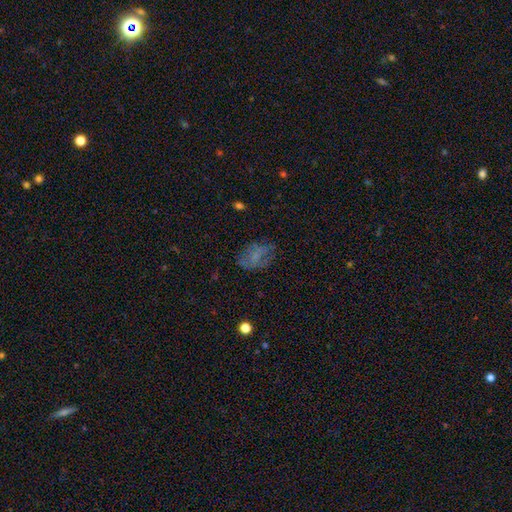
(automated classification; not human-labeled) smooth_or_featured: smooth (p=0.52) [alt: featured or disk p=0.33]
how_rounded: in between (p=0.81) [alt: round p=0.17]
merging: none (p=0.61) [alt: minor disturbance p=0.22]